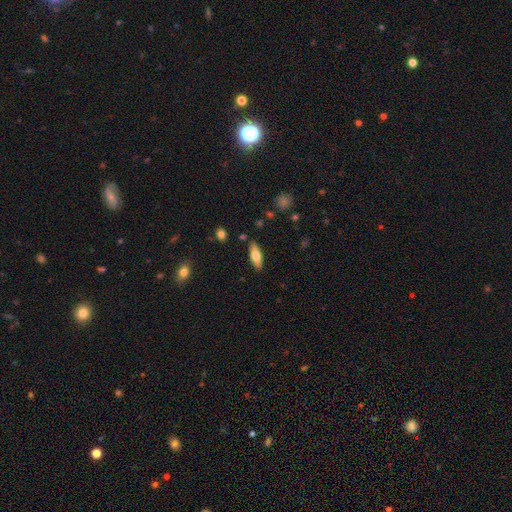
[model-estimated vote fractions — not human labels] smooth_or_featured: smooth (p=0.63) [alt: featured or disk p=0.31]
how_rounded: in between (p=0.61) [alt: cigar-shaped p=0.37]
merging: none (p=0.86) [alt: minor disturbance p=0.10]